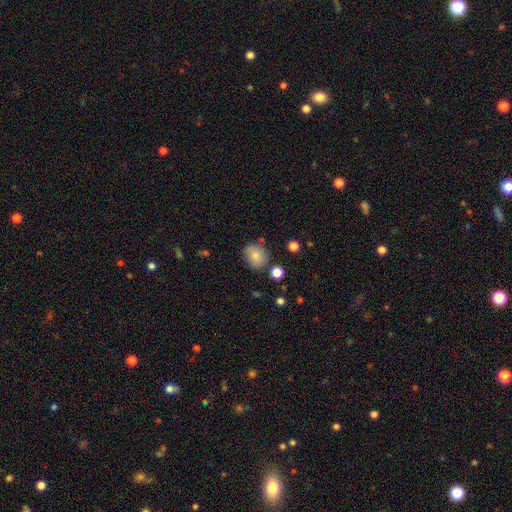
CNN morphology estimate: Q: Smooth or featured?
A: smooth (82%); runner-up: star or artifact (9%)
Q: How rounded?
A: round (65%); runner-up: in between (34%)
Q: Merging?
A: none (72%); runner-up: minor disturbance (18%)